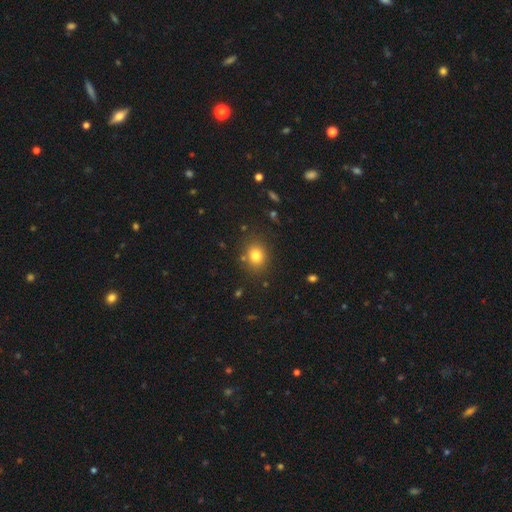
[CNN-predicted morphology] Smooth or featured: smooth — 80% (star or artifact — 13%)
How rounded: round — 68% (in between — 31%)
Merging: none — 84% (minor disturbance — 10%)